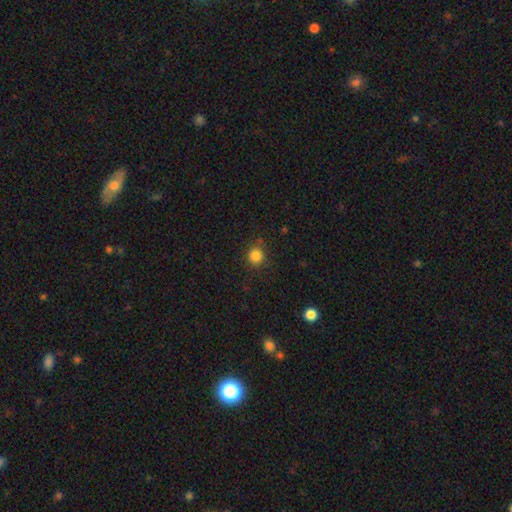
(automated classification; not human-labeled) smooth-or-featured: smooth: 84% | star or artifact: 12% | featured or disk: 4%
  how-rounded: round: 89% | in between: 10% | cigar-shaped: 1%
  merging: none: 82% | minor disturbance: 13% | major disturbance: 4% | merger: 2%